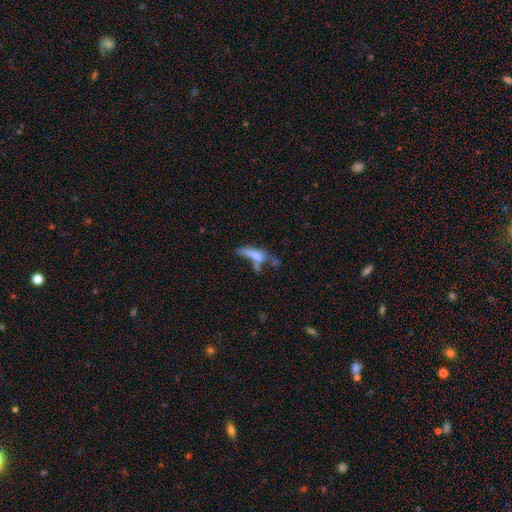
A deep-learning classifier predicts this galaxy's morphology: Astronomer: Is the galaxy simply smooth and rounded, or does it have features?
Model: smooth — 55% (runner-up: featured or disk, 35%).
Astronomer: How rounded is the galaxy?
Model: cigar-shaped — 58% (runner-up: in between, 38%).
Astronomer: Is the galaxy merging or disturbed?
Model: merger — 32% (runner-up: none, 25%).